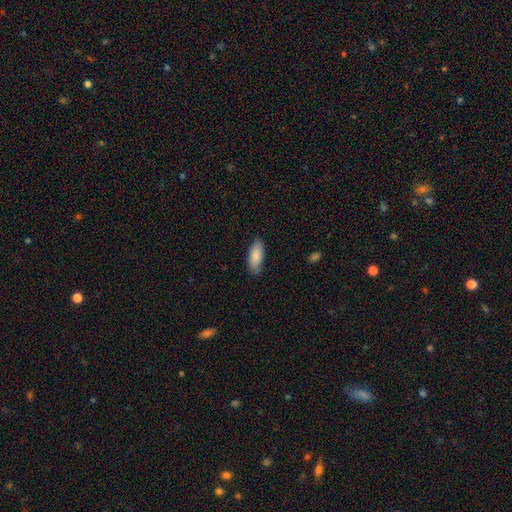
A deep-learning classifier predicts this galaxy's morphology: smooth 87%, featured or disk 8%, star or artifact 6%. Down the decision tree: how rounded — in between (82%); merging — none (83%).